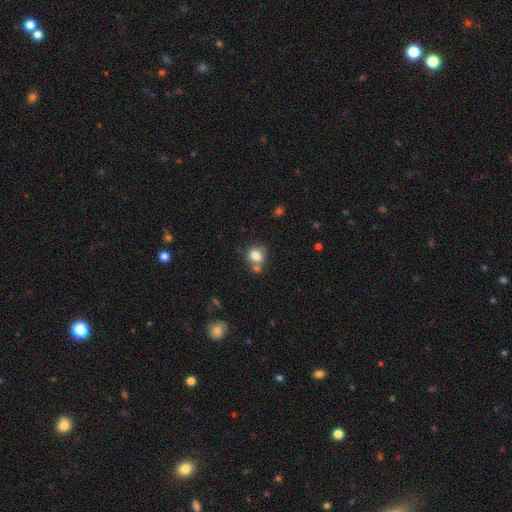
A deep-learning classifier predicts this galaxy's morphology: Smooth or featured?
  - smooth: 81% *
  - star or artifact: 10%
  - featured or disk: 9%
How rounded?
  - round: 63% *
  - in between: 36%
  - cigar-shaped: 1%
Merging?
  - none: 54% *
  - merger: 26%
  - minor disturbance: 15%
  - major disturbance: 5%